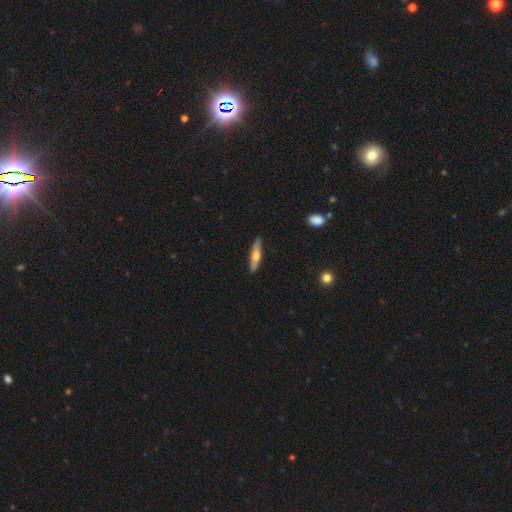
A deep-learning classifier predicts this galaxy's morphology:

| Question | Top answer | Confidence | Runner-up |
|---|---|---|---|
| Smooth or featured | smooth | 51% | featured or disk (43%) |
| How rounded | cigar-shaped | 84% | in between (14%) |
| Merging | none | 88% | minor disturbance (9%) |